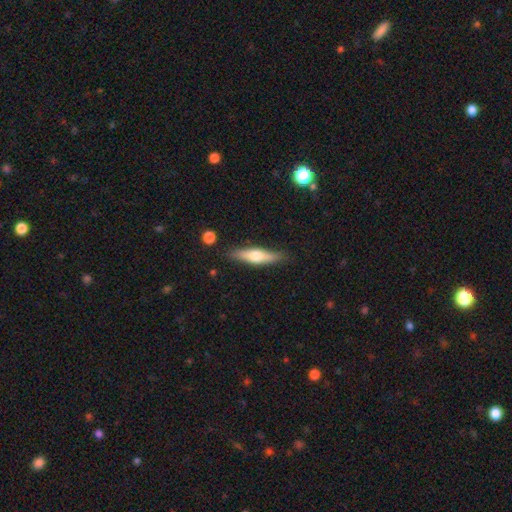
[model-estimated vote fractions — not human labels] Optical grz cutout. It shows a smooth galaxy with no disk features (47%, tied with featured or disk). Merging: none (84%).